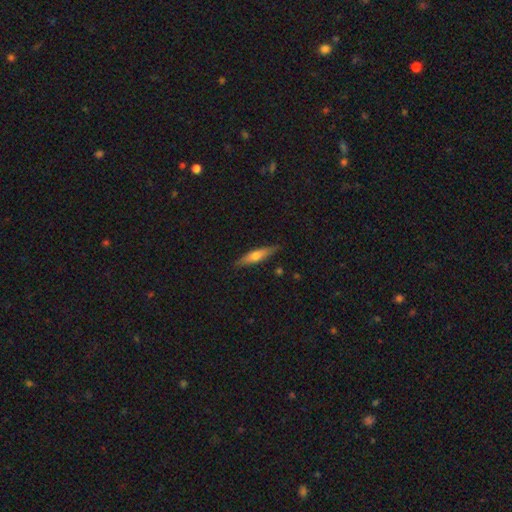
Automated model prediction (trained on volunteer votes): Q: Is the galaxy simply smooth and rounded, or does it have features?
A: smooth — 50%.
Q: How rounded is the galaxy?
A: cigar-shaped — 80%.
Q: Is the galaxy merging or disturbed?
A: none — 86%.